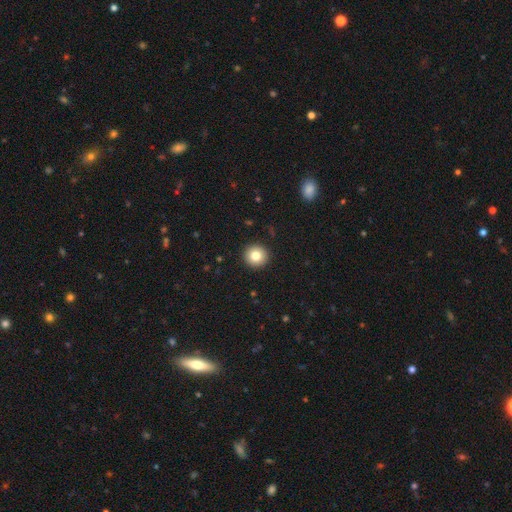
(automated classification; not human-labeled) The model was most divided on "smooth or featured": smooth: 81%, star or artifact: 10%, featured or disk: 9%. More confident: how rounded — round (95%); merging — none (93%).